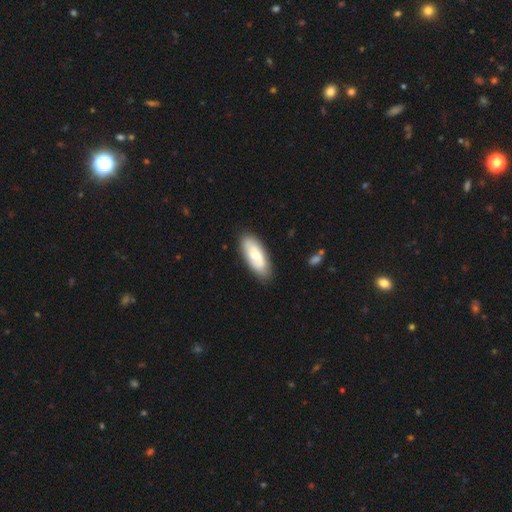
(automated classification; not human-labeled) Morphology: type=smooth (56%); roundness=in between (81%); merging=none (84%).